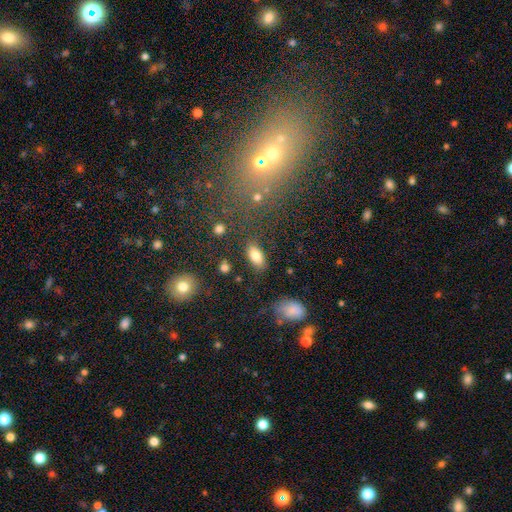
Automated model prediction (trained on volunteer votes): smooth-or-featured: smooth: 84% | star or artifact: 8% | featured or disk: 8%
  how-rounded: in between: 91% | cigar-shaped: 5% | round: 4%
  merging: none: 79% | minor disturbance: 13% | major disturbance: 4% | merger: 3%